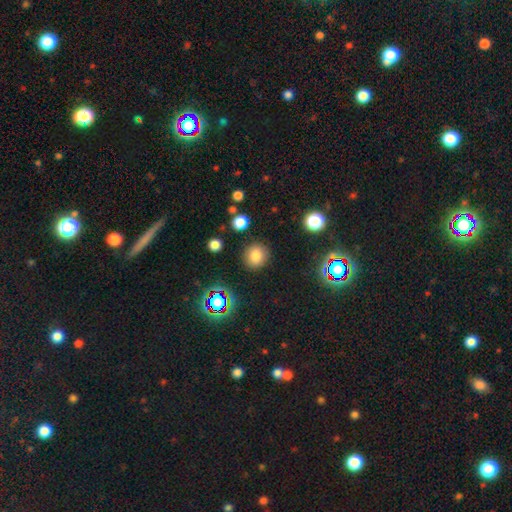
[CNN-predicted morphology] Smooth or featured?
  - smooth: 80% *
  - star or artifact: 14%
  - featured or disk: 6%
How rounded?
  - round: 87% *
  - in between: 12%
  - cigar-shaped: 1%
Merging?
  - none: 88% *
  - minor disturbance: 7%
  - major disturbance: 3%
  - merger: 2%